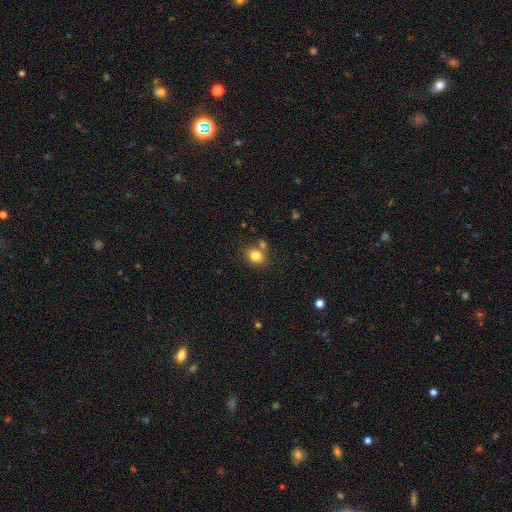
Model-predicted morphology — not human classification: Smooth or featured?
  - smooth: 82% *
  - star or artifact: 11%
  - featured or disk: 8%
How rounded?
  - round: 50% *
  - in between: 49%
  - cigar-shaped: 1%
Merging?
  - none: 66% *
  - merger: 18%
  - minor disturbance: 12%
  - major disturbance: 4%